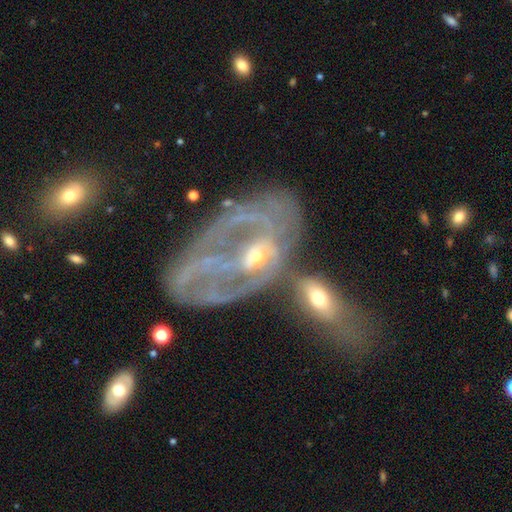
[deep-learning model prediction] This appears to be a featured or disk galaxy (79%) with no bar (55%), tight (38%) spiral arms (69%) and a small central bulge (58%). Merging: merger (34%).